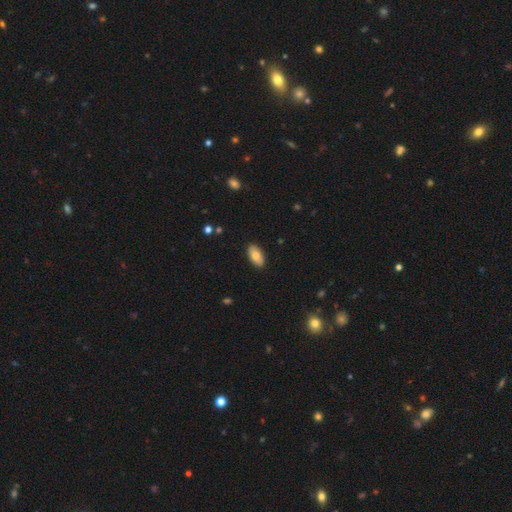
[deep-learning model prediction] This is likely a smooth galaxy (76%). How rounded: clearly in between (93%). Merging: clearly none (89%).